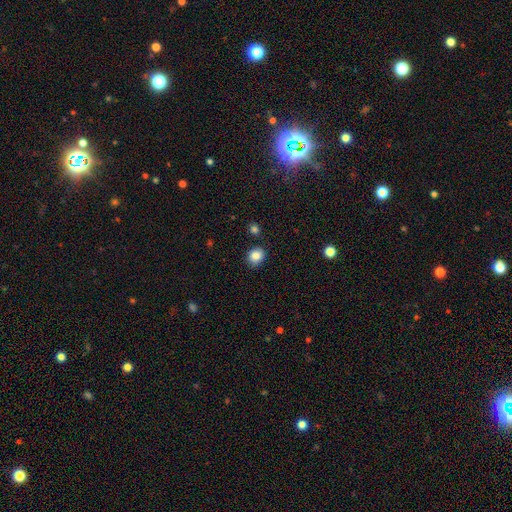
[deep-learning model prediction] A smooth galaxy with no disk features (86%) that is round (65%). Merging: none (80%).